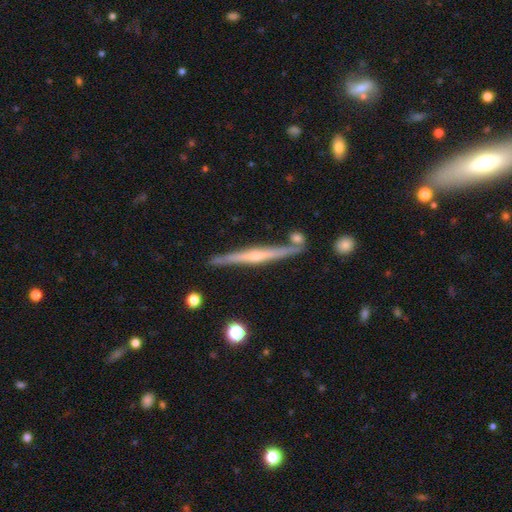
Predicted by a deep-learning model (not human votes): Smooth or featured: featured or disk — 79% (smooth — 15%)
Edge-on disk: yes — 98% (no — 2%)
Edge-on bulge: rounded — 76% (none — 18%)
Merging: none — 83% (minor disturbance — 10%)